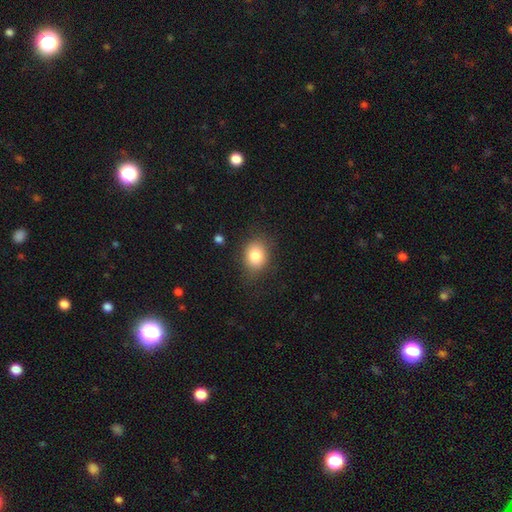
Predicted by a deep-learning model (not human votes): This appears to be a smooth galaxy with no disk features (82%) that is round (51%). Merging: none (79%).